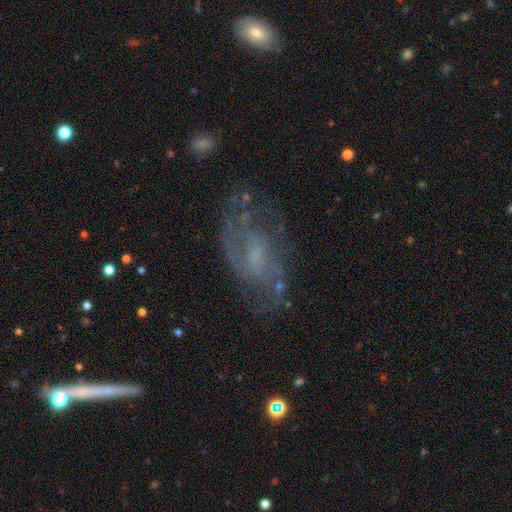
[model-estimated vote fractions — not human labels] smooth_or_featured: featured or disk (p=0.75) [alt: smooth p=0.15]
disk_edge_on: no (p=0.95) [alt: yes p=0.05]
bar: no (p=0.46) [alt: weak p=0.45]
has_spiral_arms: yes (p=0.82) [alt: no p=0.18]
spiral_winding: medium (p=0.46) [alt: tight p=0.29]
spiral_arm_count: 2 (p=0.53) [alt: can't tell p=0.29]
bulge_size: small (p=0.46) [alt: none p=0.28]
merging: none (p=0.62) [alt: minor disturbance p=0.20]